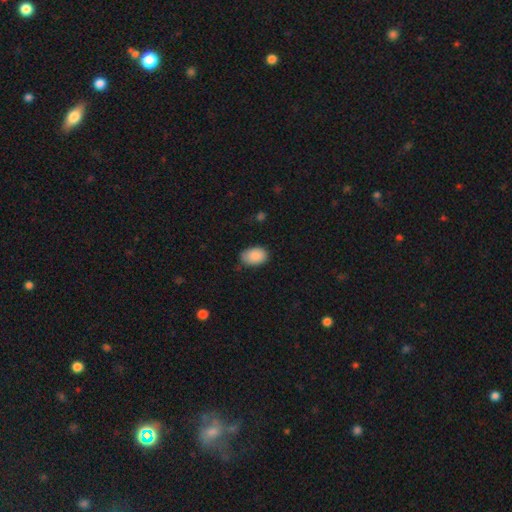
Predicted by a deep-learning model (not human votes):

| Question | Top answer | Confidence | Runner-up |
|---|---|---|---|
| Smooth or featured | smooth | 89% | star or artifact (7%) |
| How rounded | in between | 86% | round (13%) |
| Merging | none | 74% | minor disturbance (21%) |